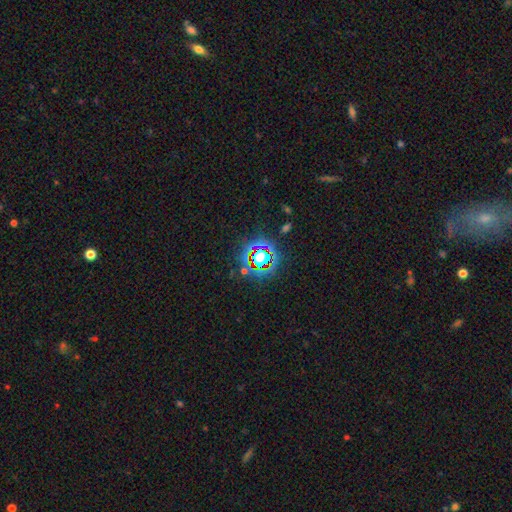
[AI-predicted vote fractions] smooth-or-featured: star or artifact: 79% | smooth: 12% | featured or disk: 9%